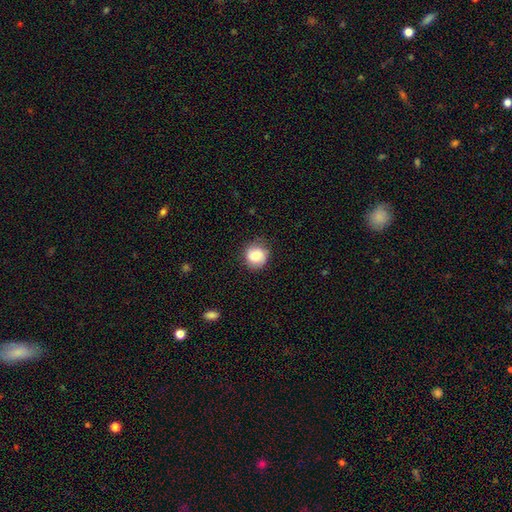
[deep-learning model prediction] smooth-or-featured: smooth: 81% | featured or disk: 11% | star or artifact: 8%
  how-rounded: round: 89% | in between: 10% | cigar-shaped: 1%
  merging: none: 78% | minor disturbance: 16% | major disturbance: 4% | merger: 1%